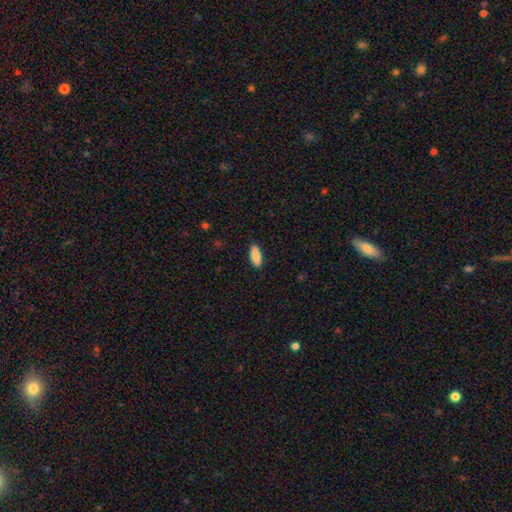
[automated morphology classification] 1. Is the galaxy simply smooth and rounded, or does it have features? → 88% smooth, 7% featured or disk, 6% star or artifact.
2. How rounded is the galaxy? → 68% in between, 31% cigar-shaped, 2% round.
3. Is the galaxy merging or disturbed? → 89% none, 8% minor disturbance, 2% major disturbance, 1% merger.